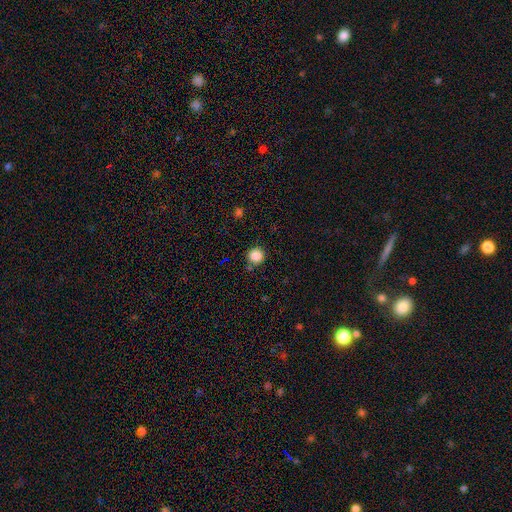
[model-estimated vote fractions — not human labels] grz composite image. It shows a smooth galaxy with no disk features (86%) that is round (94%). Merging: none (84%).